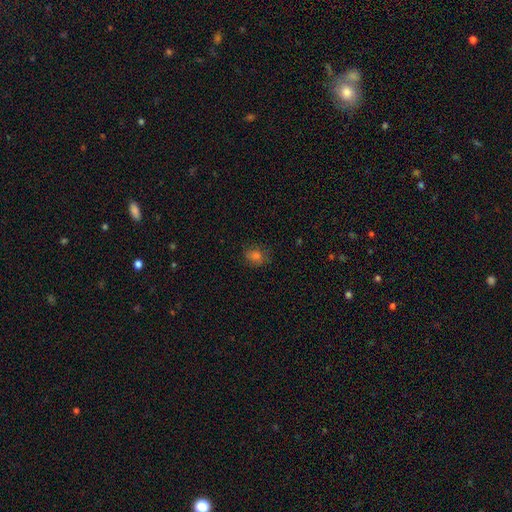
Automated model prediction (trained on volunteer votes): Smooth or featured? smooth (71%)
How rounded? round (57%)
Merging? none (78%)